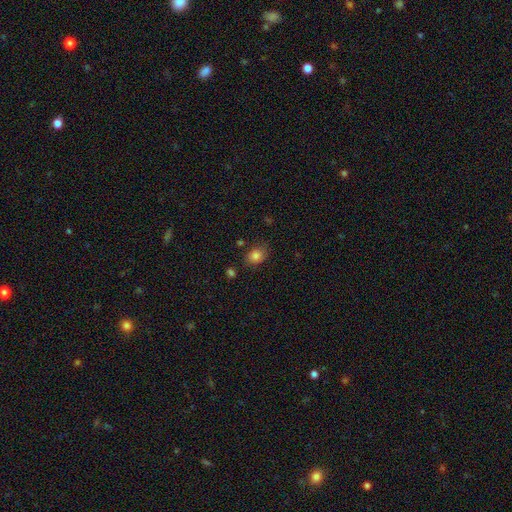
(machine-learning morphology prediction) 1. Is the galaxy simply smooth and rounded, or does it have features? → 82% smooth, 11% star or artifact, 6% featured or disk.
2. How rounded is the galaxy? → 57% in between, 42% round, 1% cigar-shaped.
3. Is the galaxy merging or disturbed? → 77% none, 15% minor disturbance, 4% major disturbance, 3% merger.